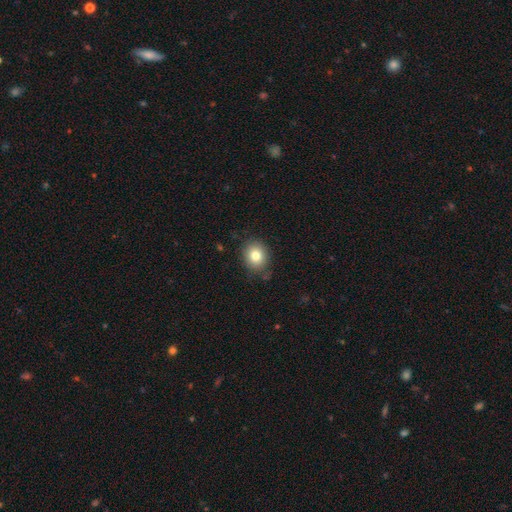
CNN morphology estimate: Q: Smooth or featured?
A: smooth (80%); runner-up: star or artifact (11%)
Q: How rounded?
A: round (67%); runner-up: in between (32%)
Q: Merging?
A: none (82%); runner-up: minor disturbance (13%)